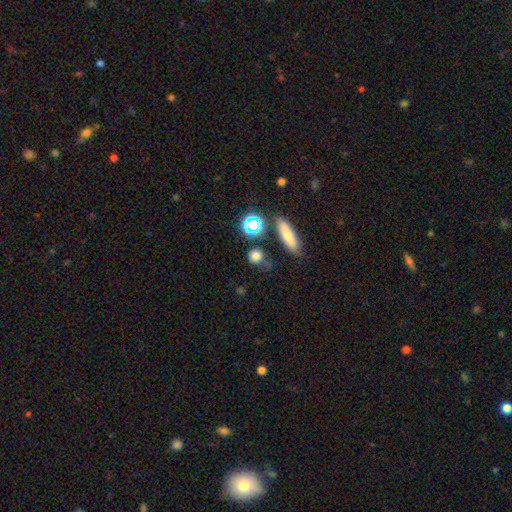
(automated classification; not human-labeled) Q: Smooth or featured?
A: smooth (73%); runner-up: star or artifact (21%)
Q: How rounded?
A: round (76%); runner-up: in between (19%)
Q: Merging?
A: none (74%); runner-up: minor disturbance (14%)